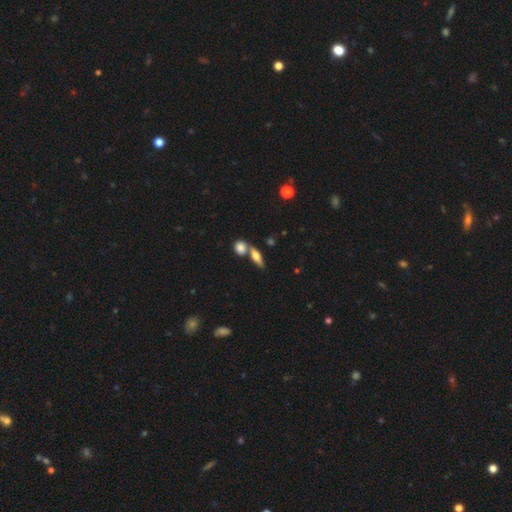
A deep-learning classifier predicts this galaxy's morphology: A smooth galaxy with no disk features (56%) that is in between round and cigar-shaped (50%).

Vote fractions:
- Smooth or featured? smooth: 56% / featured or disk: 36% / star or artifact: 9%
- How rounded? in between: 50% / cigar-shaped: 40% / round: 10%
- Merging? none: 60% / merger: 27% / minor disturbance: 10% / major disturbance: 3%